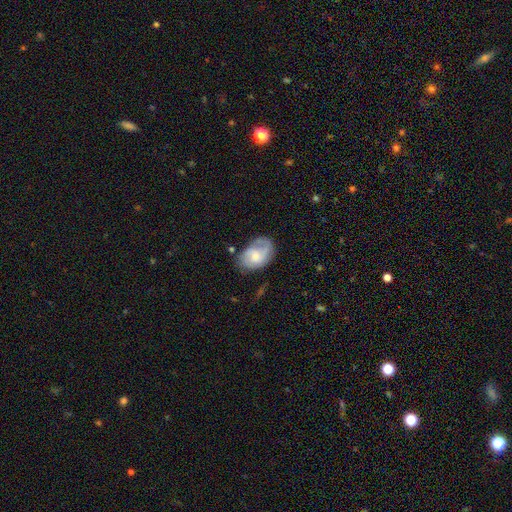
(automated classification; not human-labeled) Smooth or featured: featured or disk — 63% (smooth — 30%)
Edge-on disk: no — 97% (yes — 3%)
Bar: no — 59% (weak — 36%)
Spiral arms: yes — 89% (no — 11%)
Spiral winding: medium — 44% (tight — 33%)
Spiral arm count: 2 — 53% (1 — 22%)
Bulge size: moderate — 41% (small — 35%)
Merging: none — 59% (minor disturbance — 26%)